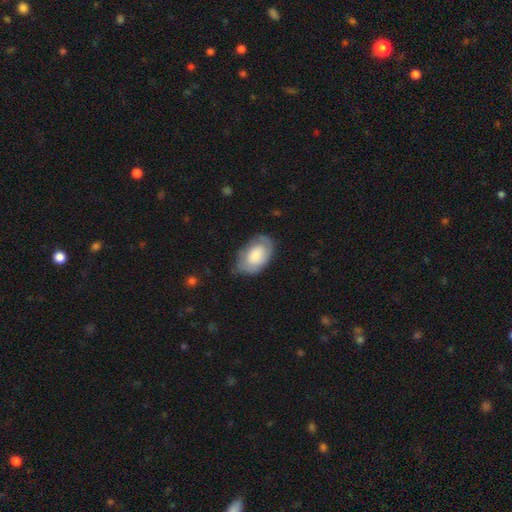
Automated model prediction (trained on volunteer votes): A smooth galaxy with no disk features (67%) that is in between round and cigar-shaped (92%). Merging: none (63%).